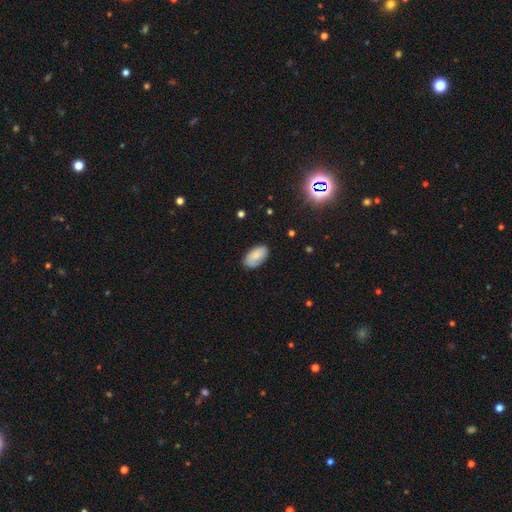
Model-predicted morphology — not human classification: Overall: smooth (83%). How rounded: in between (95%). Merging: none (82%).